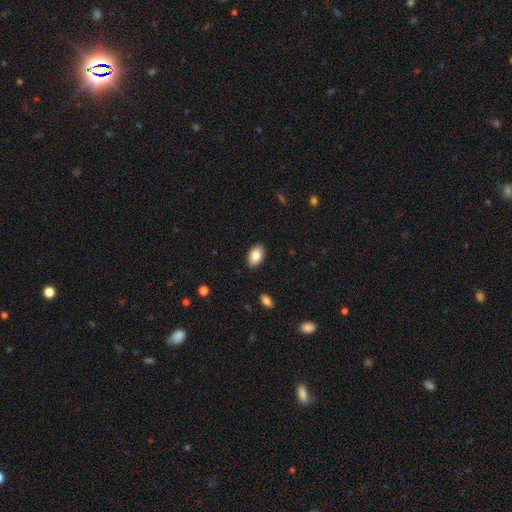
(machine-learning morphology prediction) smooth 87%, star or artifact 7%, featured or disk 6%. Down the decision tree: how rounded — in between (92%); merging — none (88%).